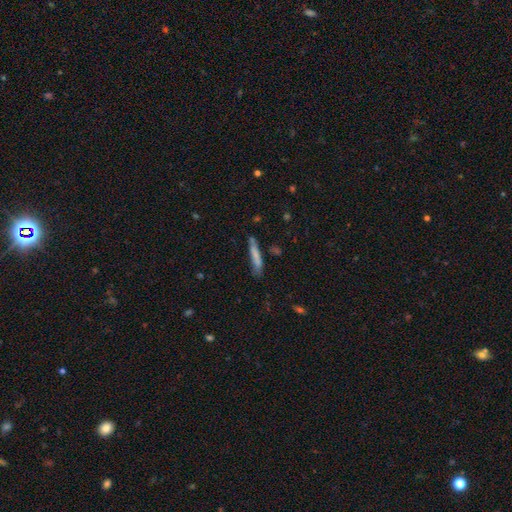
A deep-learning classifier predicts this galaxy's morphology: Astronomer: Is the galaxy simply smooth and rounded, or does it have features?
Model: smooth — 71%.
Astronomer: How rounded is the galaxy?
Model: cigar-shaped — 92%.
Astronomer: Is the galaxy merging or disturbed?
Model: none — 69%.